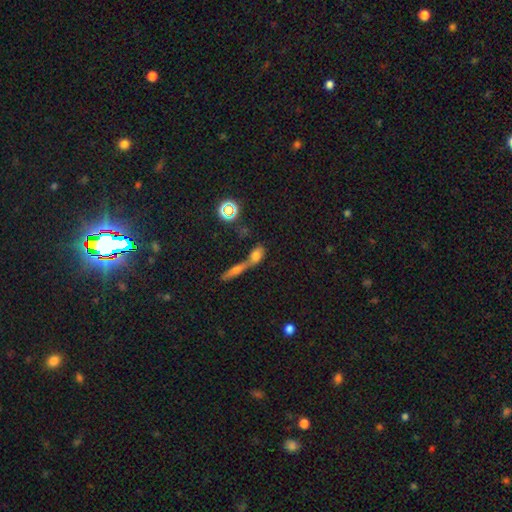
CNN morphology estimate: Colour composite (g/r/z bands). It shows a smooth galaxy with no disk features (63%) that is in between round and cigar-shaped (60%). Merging: merger (63%).